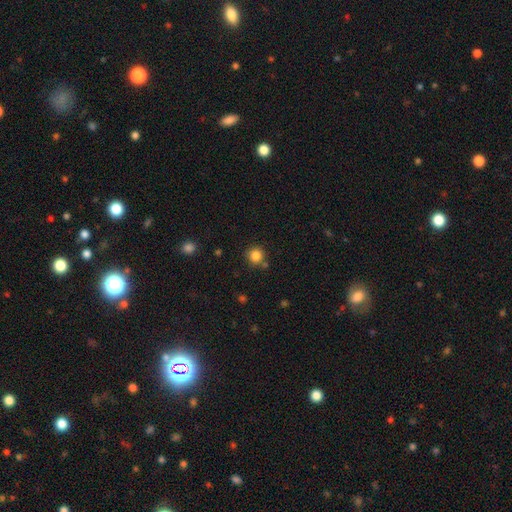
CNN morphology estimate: The model was most divided on "merging": none: 80%, minor disturbance: 10%, merger: 8%, major disturbance: 3%. More confident: how rounded — round (93%); smooth or featured — smooth (84%).